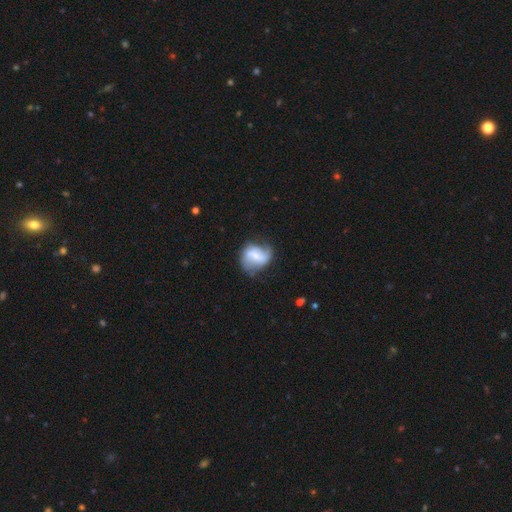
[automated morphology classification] featured or disk 67%, smooth 26%, star or artifact 7%. Down the decision tree: edge-on disk — no (97%); bar — weak (46%); spiral arms — yes (86%); spiral arm count — 2 (79%); spiral winding — loose (47%); bulge size — small (53%); merging — none (58%).